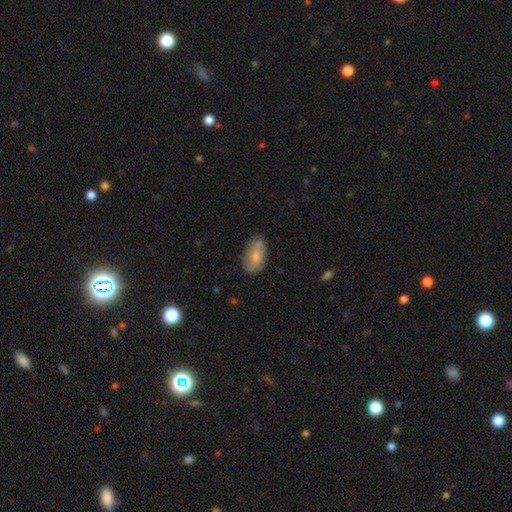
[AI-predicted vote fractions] smooth 70%, featured or disk 23%, star or artifact 7%. Down the decision tree: how rounded — in between (92%); merging — none (59%).